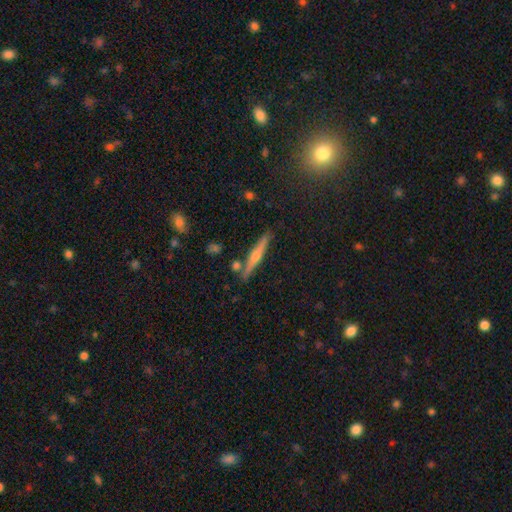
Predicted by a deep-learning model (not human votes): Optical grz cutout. It shows a featured or disk galaxy (68%) viewed edge-on (97%) with a rounded central bulge (85%). Merging: none (87%).